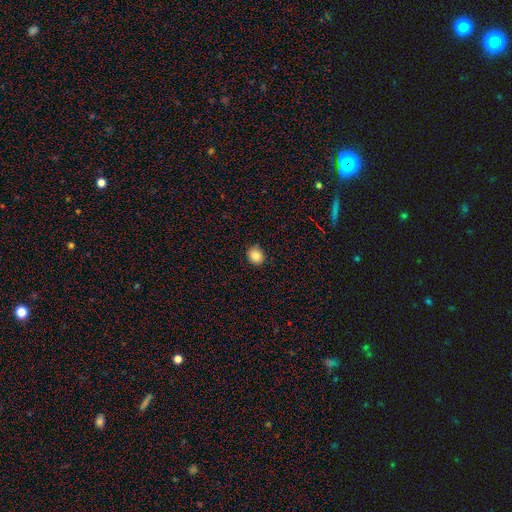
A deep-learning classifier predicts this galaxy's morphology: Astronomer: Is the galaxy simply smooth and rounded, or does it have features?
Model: smooth — 85%.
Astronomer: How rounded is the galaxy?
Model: round — 76%.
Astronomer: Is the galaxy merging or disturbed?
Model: none — 90%.